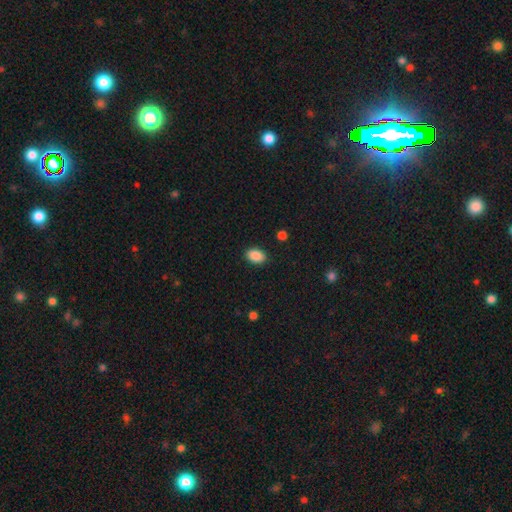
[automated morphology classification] Smooth or featured? smooth (89%)
How rounded? in between (87%)
Merging? none (88%)